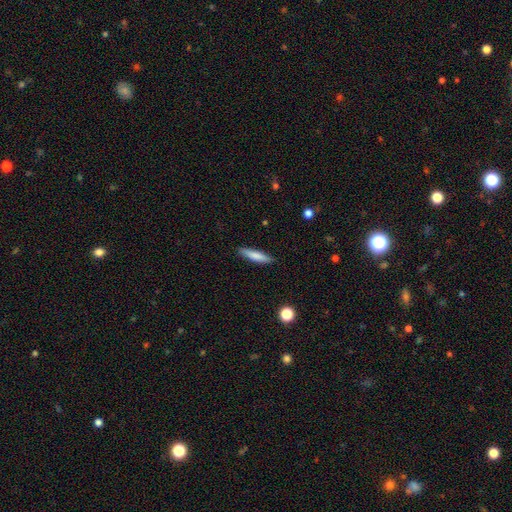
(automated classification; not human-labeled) smooth_or_featured: smooth (p=0.77) [alt: featured or disk p=0.17]
how_rounded: cigar-shaped (p=0.84) [alt: in between p=0.15]
merging: none (p=0.88) [alt: minor disturbance p=0.09]